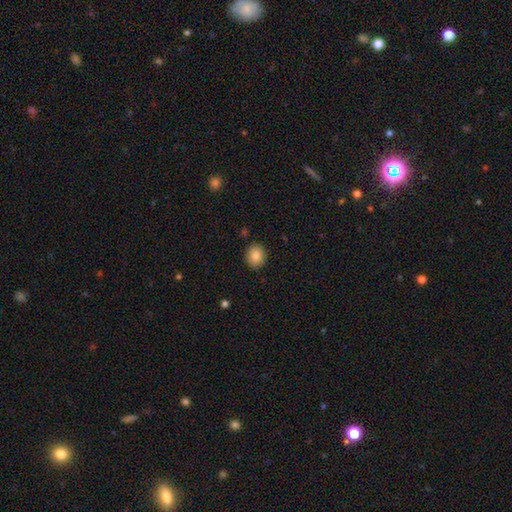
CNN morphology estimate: smooth_or_featured: smooth (p=0.86) [alt: star or artifact p=0.09]
how_rounded: round (p=0.70) [alt: in between p=0.29]
merging: none (p=0.89) [alt: minor disturbance p=0.08]